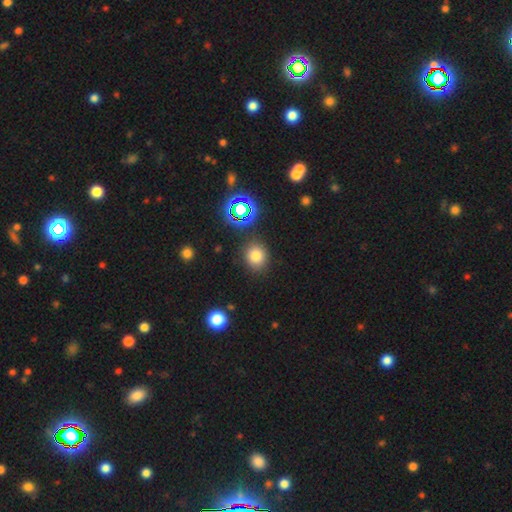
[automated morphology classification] Smooth or featured? smooth (74%)
How rounded? round (71%)
Merging? none (84%)